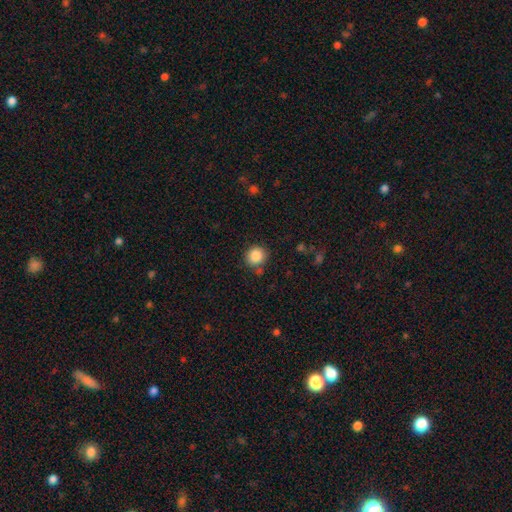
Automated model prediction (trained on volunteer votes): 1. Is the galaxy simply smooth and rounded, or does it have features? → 86% smooth, 10% star or artifact, 4% featured or disk.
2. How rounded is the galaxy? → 89% round, 11% in between, 1% cigar-shaped.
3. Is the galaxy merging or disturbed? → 80% none, 11% minor disturbance, 5% merger, 3% major disturbance.